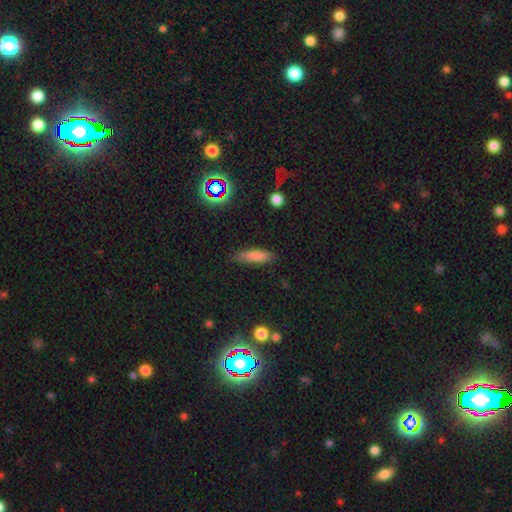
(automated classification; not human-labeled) A smooth galaxy with no disk features (78%) that is cigar-shaped (64%).

Vote fractions:
- Smooth or featured? smooth: 78% / featured or disk: 12% / star or artifact: 10%
- How rounded? cigar-shaped: 64% / in between: 34% / round: 2%
- Merging? none: 83% / minor disturbance: 13% / major disturbance: 3% / merger: 1%